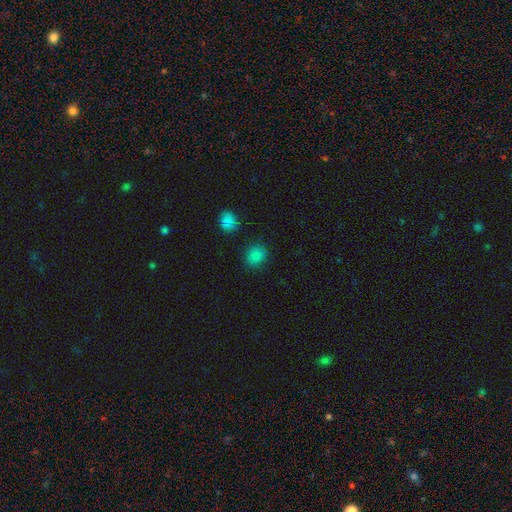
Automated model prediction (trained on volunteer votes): A smooth galaxy with no disk features (83%) that is round (65%).

Vote fractions:
- Smooth or featured? smooth: 83% / star or artifact: 13% / featured or disk: 4%
- How rounded? round: 65% / in between: 34% / cigar-shaped: 1%
- Merging? none: 83% / minor disturbance: 11% / major disturbance: 3% / merger: 3%